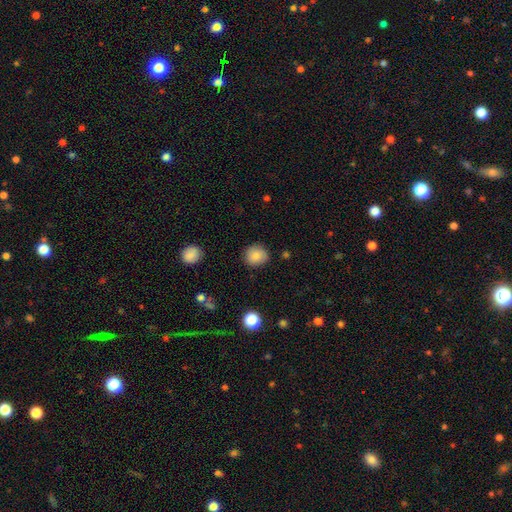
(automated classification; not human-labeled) Q: Smooth or featured?
A: smooth (84%); runner-up: star or artifact (9%)
Q: How rounded?
A: round (86%); runner-up: in between (13%)
Q: Merging?
A: none (85%); runner-up: minor disturbance (11%)